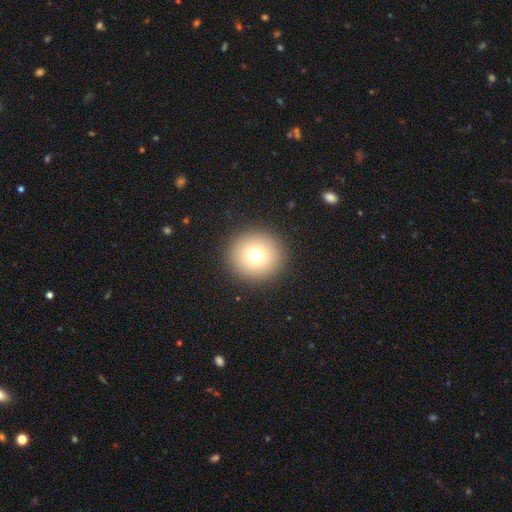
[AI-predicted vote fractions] smooth_or_featured: smooth (p=0.73) [alt: star or artifact p=0.15]
how_rounded: round (p=0.95) [alt: in between p=0.04]
merging: none (p=0.92) [alt: minor disturbance p=0.05]